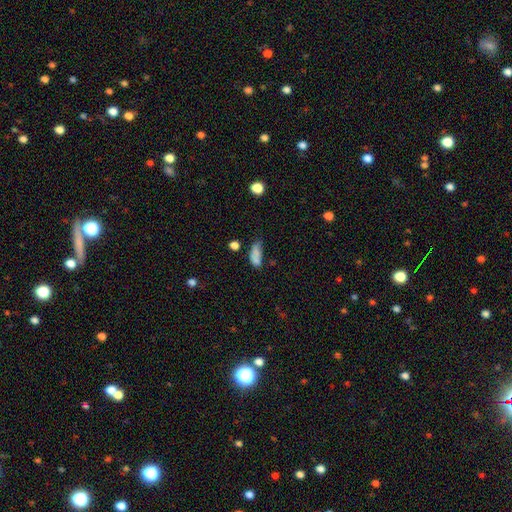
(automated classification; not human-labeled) This appears to be a smooth galaxy with no disk features (75%) that is in between round and cigar-shaped (79%). Merging: none (33%).